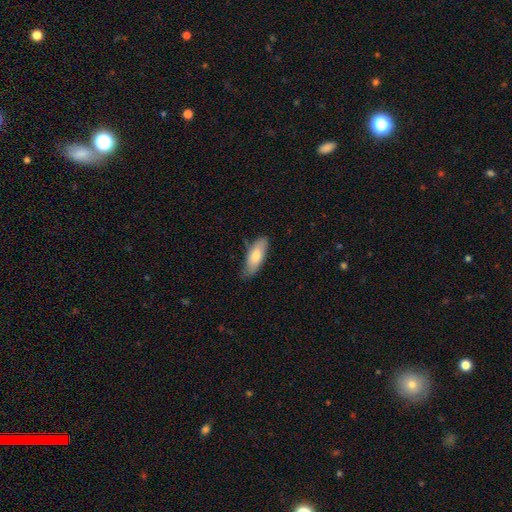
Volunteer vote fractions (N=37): This appears to be a smooth galaxy with no disk features (76%) that is in between round and cigar-shaped (54%). Merging: none (66%).